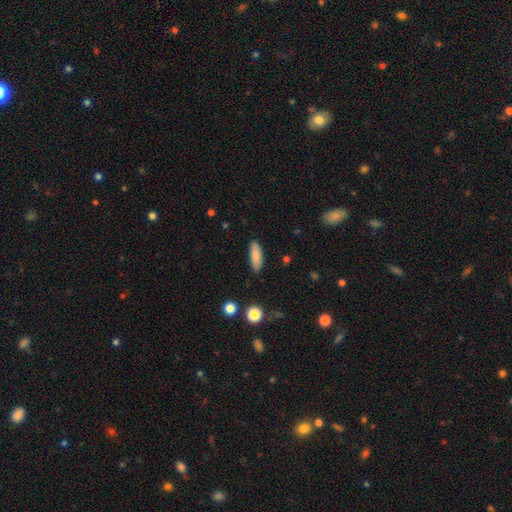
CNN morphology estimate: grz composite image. It shows a smooth galaxy with no disk features (85%) that is in between round and cigar-shaped (64%). Merging: none (87%).